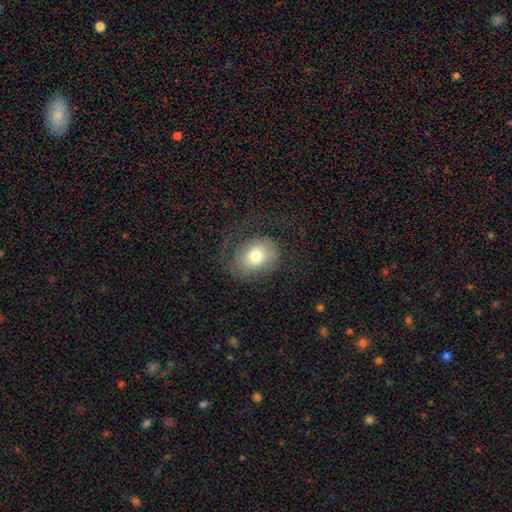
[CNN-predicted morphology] The model was most divided on "how rounded": in between: 50%, round: 49%, cigar-shaped: 1%. More confident: smooth or featured — smooth (71%); merging — none (52%).